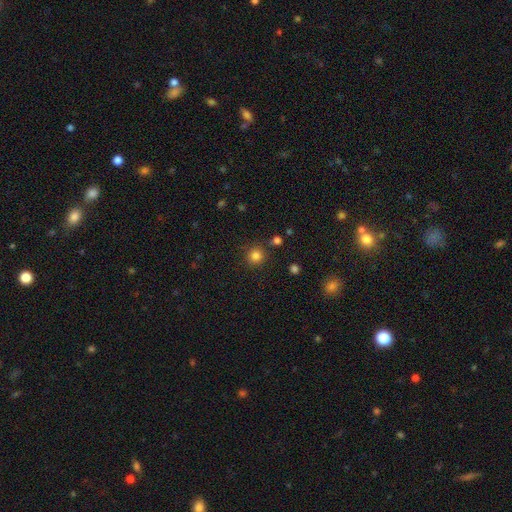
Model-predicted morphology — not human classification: Overall: smooth (83%). How rounded: round (93%). Merging: none (85%).